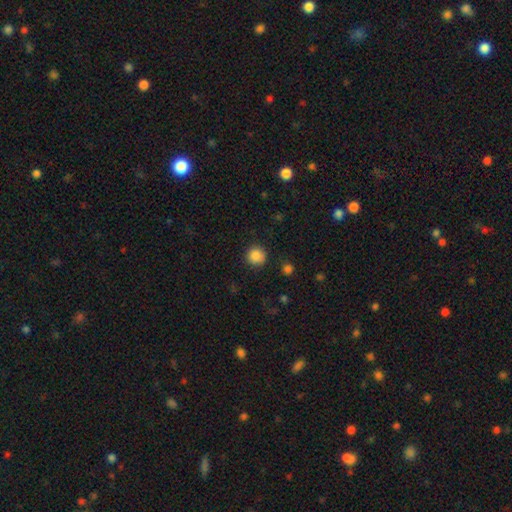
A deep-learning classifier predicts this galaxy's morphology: The model was most divided on "smooth or featured": smooth: 86%, star or artifact: 10%, featured or disk: 4%. More confident: how rounded — round (94%); merging — none (87%).